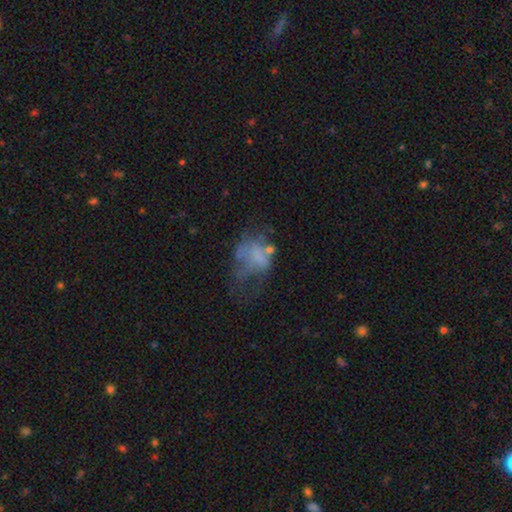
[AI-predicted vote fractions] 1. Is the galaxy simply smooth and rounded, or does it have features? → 45% featured or disk, 38% smooth, 17% star or artifact.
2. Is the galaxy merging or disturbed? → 48% major disturbance, 23% none, 19% minor disturbance, 10% merger.